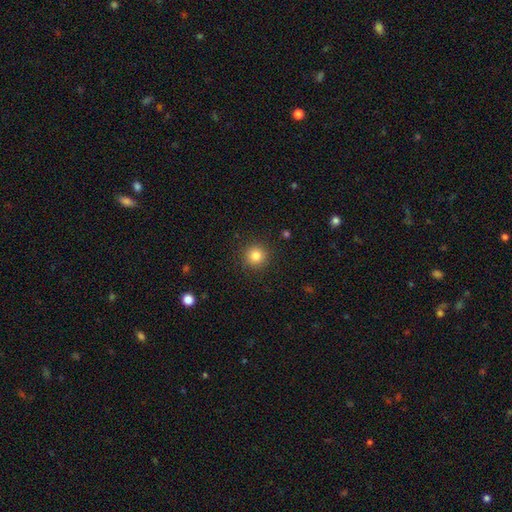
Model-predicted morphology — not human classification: Q: Smooth or featured?
A: smooth (83%); runner-up: star or artifact (11%)
Q: How rounded?
A: round (94%); runner-up: in between (5%)
Q: Merging?
A: none (91%); runner-up: minor disturbance (6%)